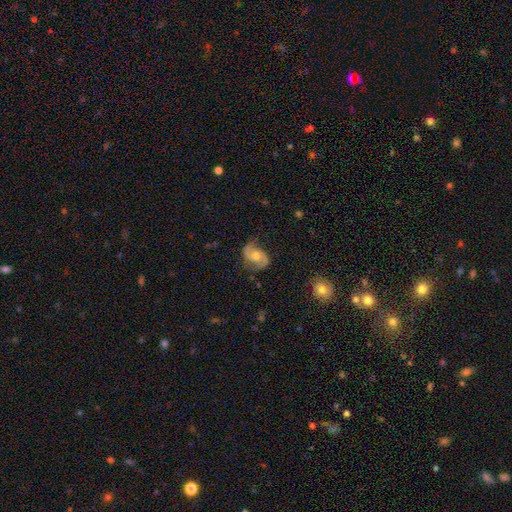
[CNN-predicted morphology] A featured or disk galaxy (82%) with no bar (64%), 2 (92%) medium (48%) spiral arms (95%) and a moderate central bulge (71%). Merging: none (76%).